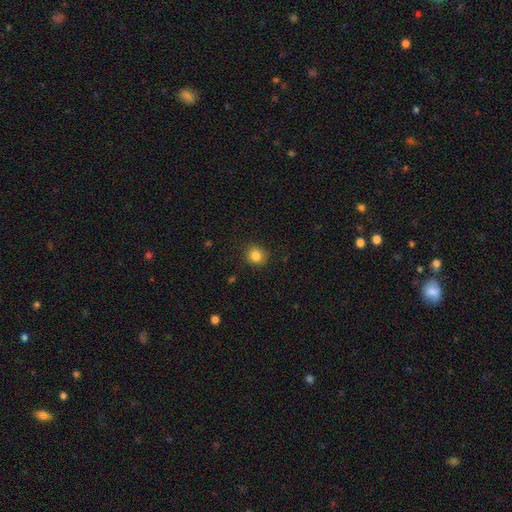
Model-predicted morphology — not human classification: Smooth or featured? Predicted: smooth (p=0.84). How rounded? Predicted: round (p=0.82). Merging? Predicted: none (p=0.88).